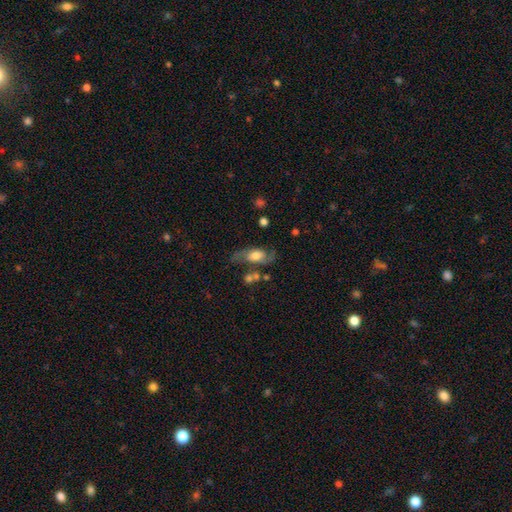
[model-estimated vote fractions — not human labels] This is likely a featured or disk galaxy (65%). It is clearly not viewed edge-on (90%). Bar: likely no (66%). Spiral arm pattern: clearly yes (86%). Spiral arm count: clearly 2 (85%). Spiral winding: marginally loose (44%). Central bulge: possibly moderate (49%). Merging: possibly none (58%).